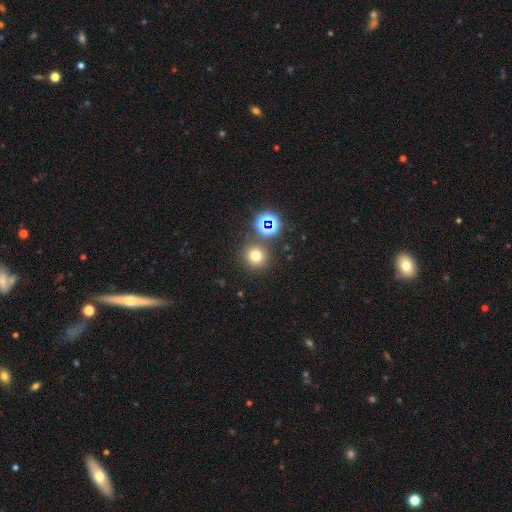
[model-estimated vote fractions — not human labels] smooth 69%, star or artifact 23%, featured or disk 8%. Down the decision tree: how rounded — round (93%); merging — none (82%).